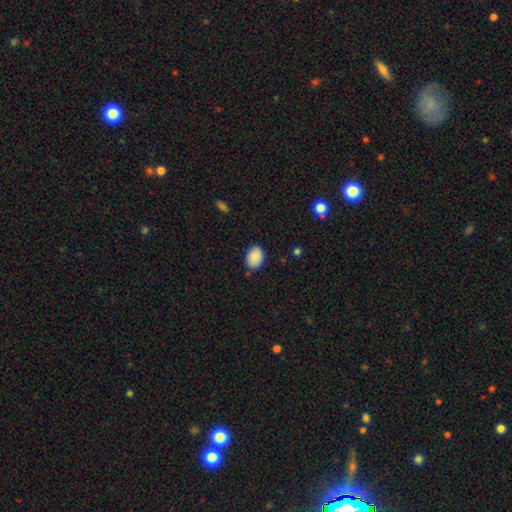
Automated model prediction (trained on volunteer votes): smooth-or-featured: smooth: 88% | star or artifact: 7% | featured or disk: 5%
  how-rounded: in between: 78% | round: 21% | cigar-shaped: 1%
  merging: none: 81% | minor disturbance: 15% | major disturbance: 3% | merger: 2%